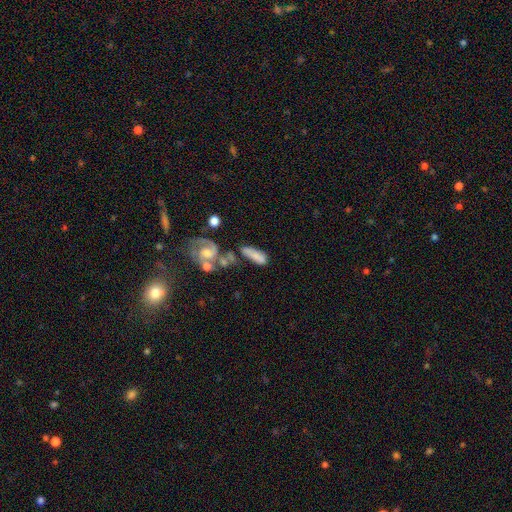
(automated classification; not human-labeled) Q: Smooth or featured?
A: smooth (59%); runner-up: featured or disk (32%)
Q: How rounded?
A: in between (57%); runner-up: cigar-shaped (39%)
Q: Merging?
A: none (35%); runner-up: merger (26%)